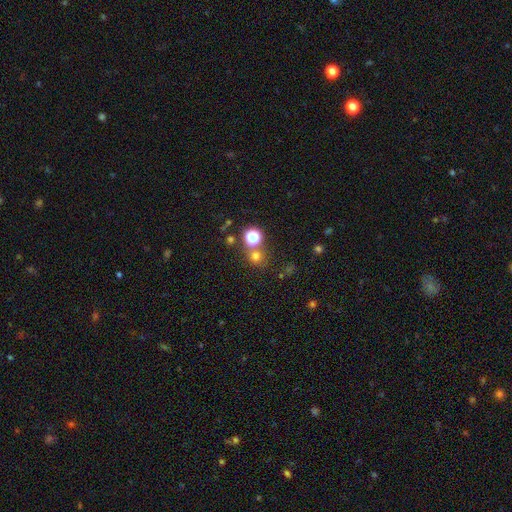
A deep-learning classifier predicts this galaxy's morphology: type=smooth (65%); roundness=round (89%); merging=none (70%).